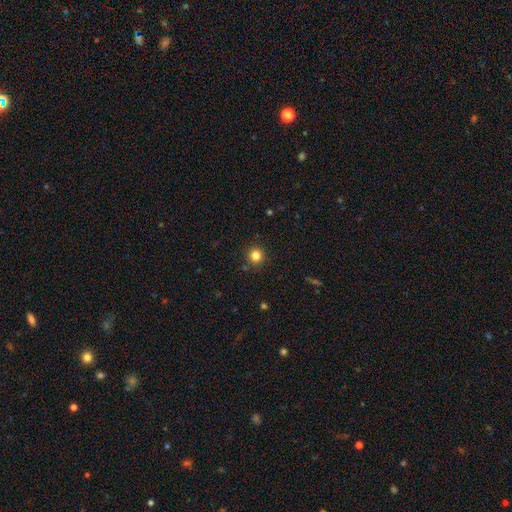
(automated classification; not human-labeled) Smooth or featured? Predicted: smooth (p=0.82). How rounded? Predicted: round (p=0.94). Merging? Predicted: none (p=0.90).